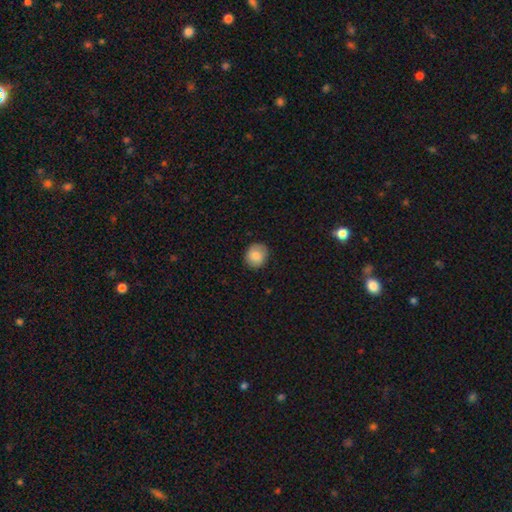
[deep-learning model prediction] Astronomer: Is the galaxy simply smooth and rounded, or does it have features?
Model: smooth — 86%.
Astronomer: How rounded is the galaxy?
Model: round — 81%.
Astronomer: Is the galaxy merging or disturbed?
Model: none — 85%.